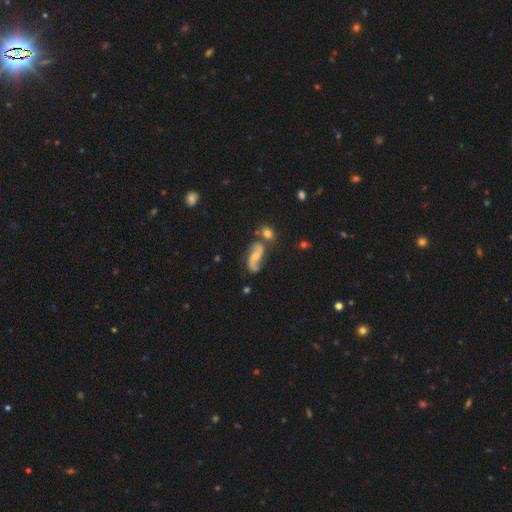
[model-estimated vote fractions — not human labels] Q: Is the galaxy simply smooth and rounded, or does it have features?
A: featured or disk — 77%.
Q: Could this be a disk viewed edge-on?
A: no — 95%.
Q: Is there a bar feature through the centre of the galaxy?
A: no — 53%.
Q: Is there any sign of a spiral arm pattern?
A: yes — 94%.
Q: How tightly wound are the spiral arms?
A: loose — 60%.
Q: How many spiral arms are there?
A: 2 — 90%.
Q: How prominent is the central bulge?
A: small — 47%.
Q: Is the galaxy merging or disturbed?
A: none — 56%.